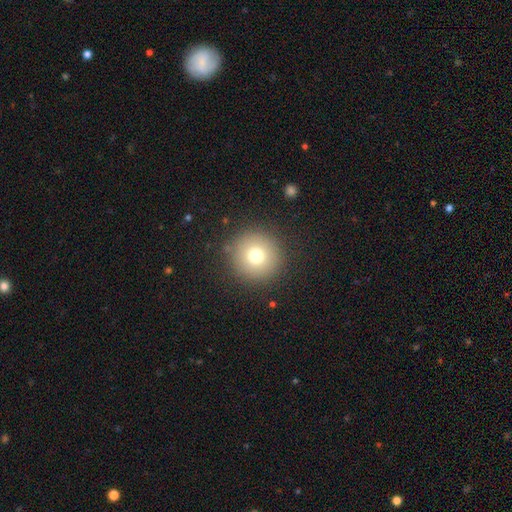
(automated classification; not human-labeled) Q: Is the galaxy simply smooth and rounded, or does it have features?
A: smooth — 75%.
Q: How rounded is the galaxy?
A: round — 96%.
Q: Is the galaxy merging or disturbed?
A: none — 89%.